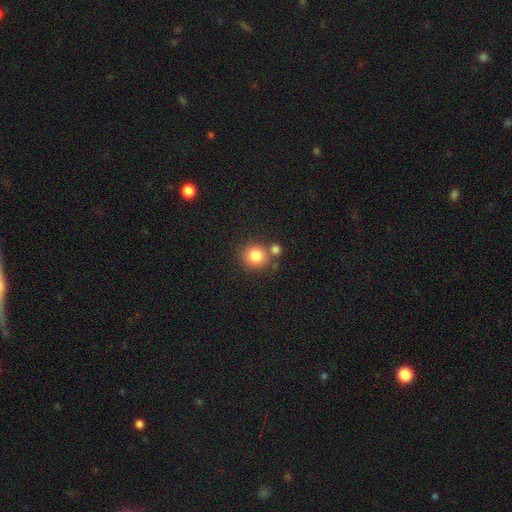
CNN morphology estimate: Q: Smooth or featured?
A: smooth (82%); runner-up: star or artifact (11%)
Q: How rounded?
A: round (88%); runner-up: in between (11%)
Q: Merging?
A: none (66%); runner-up: merger (21%)